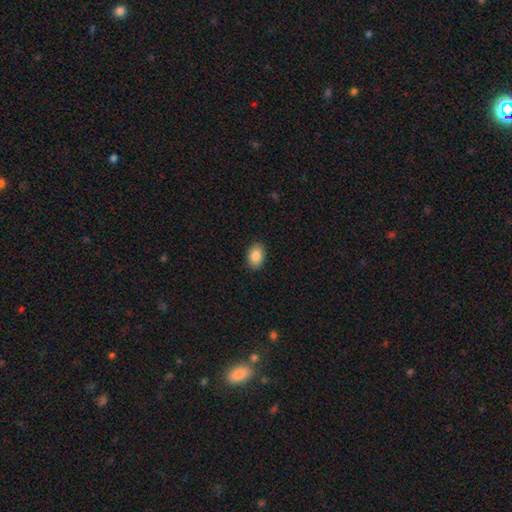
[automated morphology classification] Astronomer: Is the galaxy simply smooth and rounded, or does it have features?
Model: smooth — 87%.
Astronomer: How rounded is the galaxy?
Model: in between — 83%.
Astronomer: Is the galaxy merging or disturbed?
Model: none — 89%.